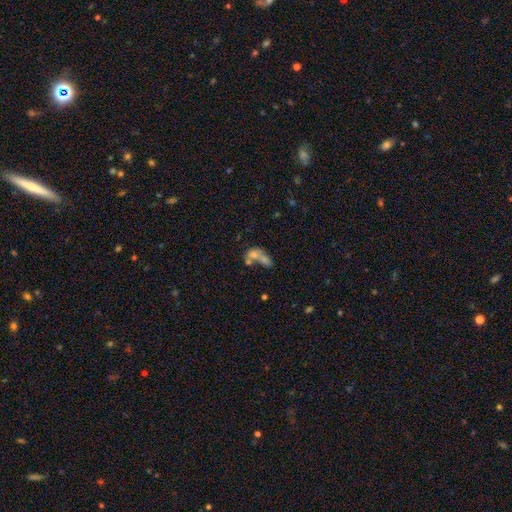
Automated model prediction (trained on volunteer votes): Smooth or featured? smooth (60%)
How rounded? in between (62%)
Merging? merger (67%)